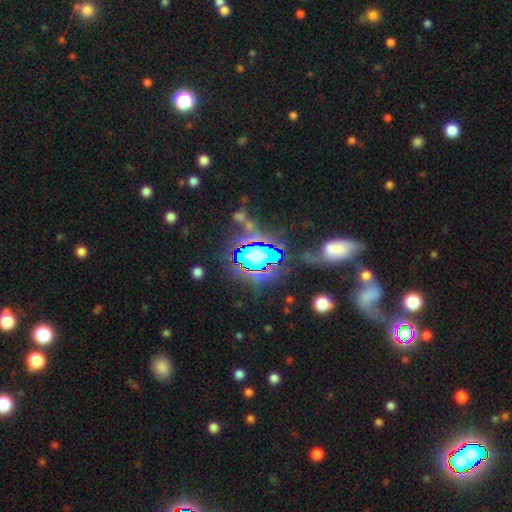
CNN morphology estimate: Smooth or featured? Predicted: star or artifact (p=0.67).